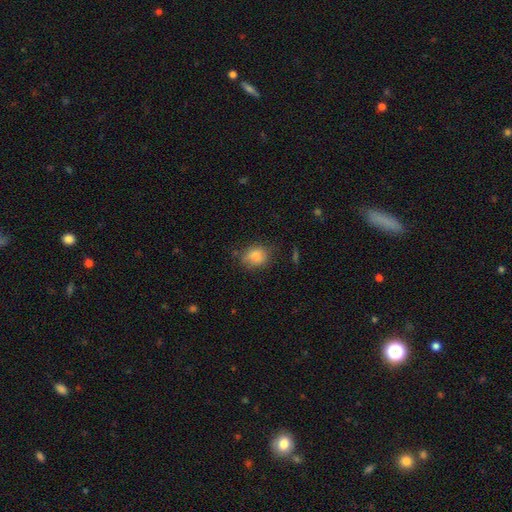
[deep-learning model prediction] smooth 83%, star or artifact 9%, featured or disk 8%. Down the decision tree: how rounded — in between (53%); merging — none (69%).